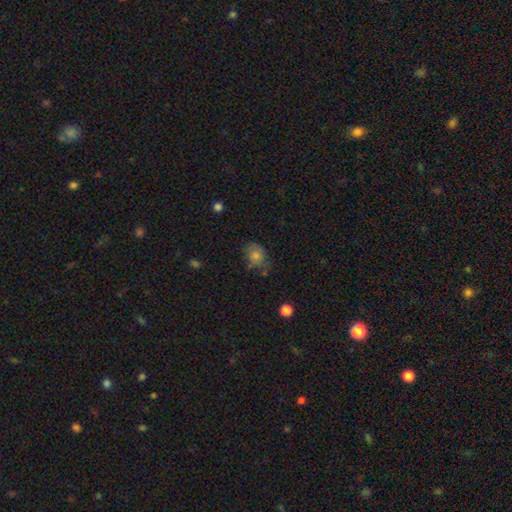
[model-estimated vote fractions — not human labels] Morphology: type=smooth (68%); roundness=in between (54%); merging=none (54%).